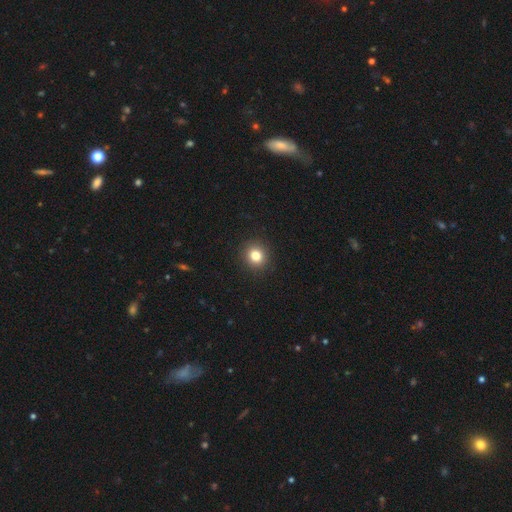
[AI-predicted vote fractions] Smooth or featured?
  - smooth: 82% *
  - star or artifact: 12%
  - featured or disk: 6%
How rounded?
  - round: 87% *
  - in between: 12%
  - cigar-shaped: 1%
Merging?
  - none: 92% *
  - minor disturbance: 5%
  - major disturbance: 2%
  - merger: 1%